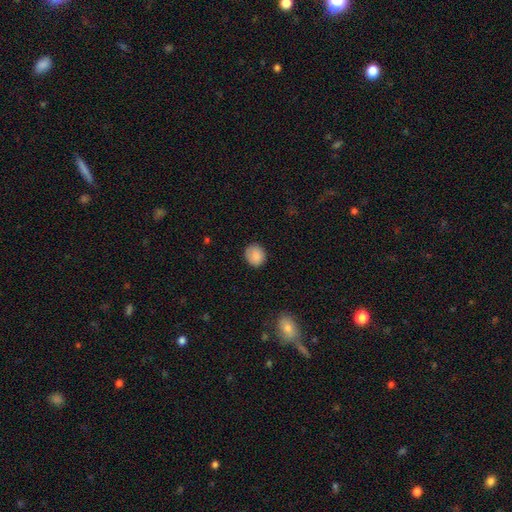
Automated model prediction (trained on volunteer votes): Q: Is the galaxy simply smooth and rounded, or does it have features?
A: smooth — 86%.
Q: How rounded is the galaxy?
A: round — 81%.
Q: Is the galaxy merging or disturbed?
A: none — 83%.